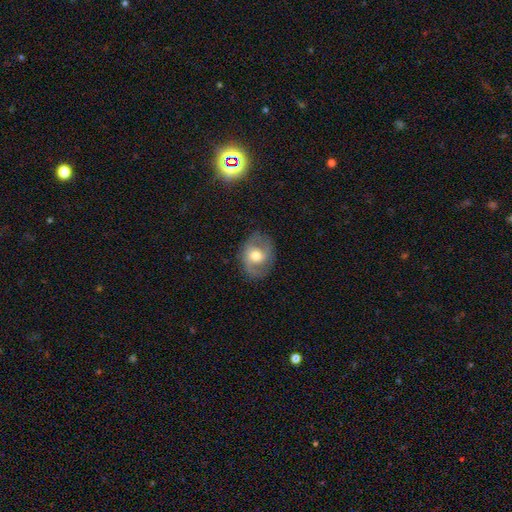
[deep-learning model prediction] This is possibly a featured or disk galaxy (56%). It is clearly not viewed edge-on (95%). Bar: possibly no (57%). Spiral arm pattern: likely yes (72%). Central bulge: likely moderate (70%). Merging: likely none (76%).